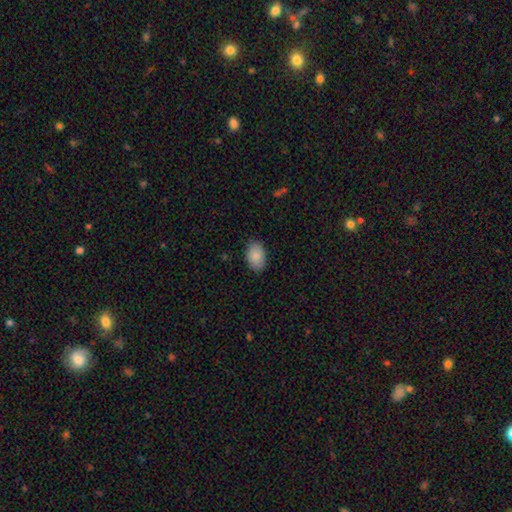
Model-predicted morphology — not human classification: A smooth galaxy with no disk features (88%) that is in between round and cigar-shaped (90%). Merging: none (85%).